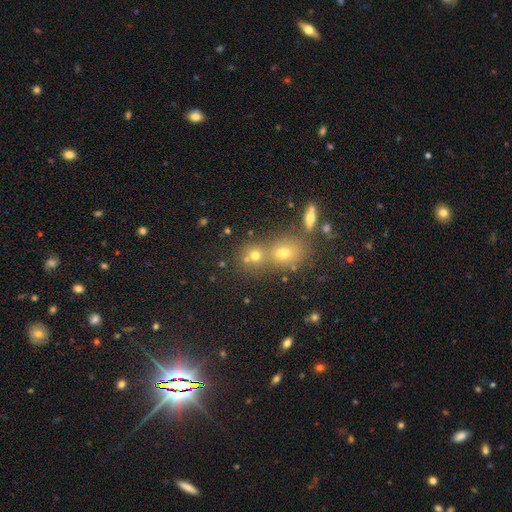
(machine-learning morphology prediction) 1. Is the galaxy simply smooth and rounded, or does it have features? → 61% smooth, 24% star or artifact, 15% featured or disk.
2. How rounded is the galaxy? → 73% round, 25% in between, 2% cigar-shaped.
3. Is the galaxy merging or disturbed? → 46% none, 43% merger, 8% minor disturbance, 4% major disturbance.